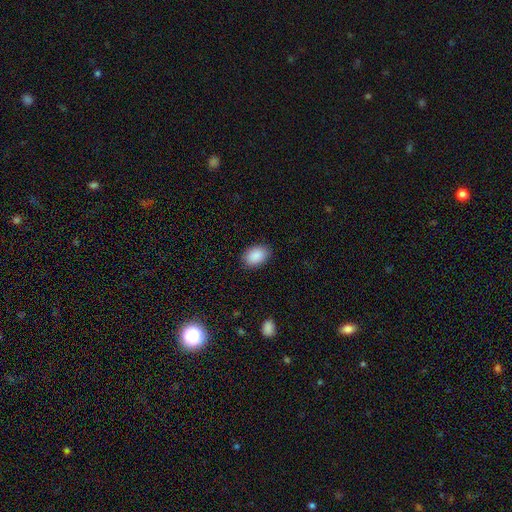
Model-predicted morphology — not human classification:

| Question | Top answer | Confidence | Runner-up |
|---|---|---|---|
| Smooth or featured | smooth | 90% | star or artifact (7%) |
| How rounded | in between | 86% | round (13%) |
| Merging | none | 86% | minor disturbance (10%) |